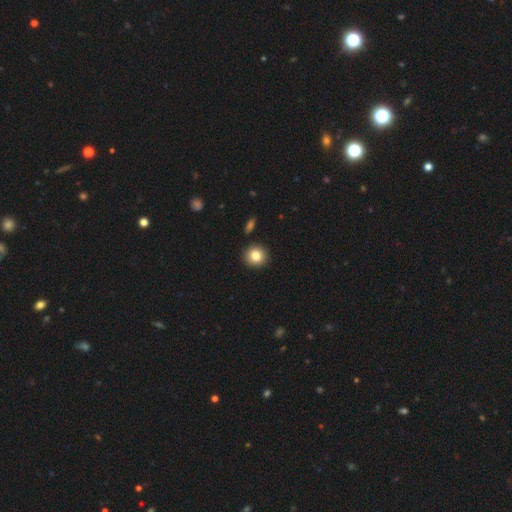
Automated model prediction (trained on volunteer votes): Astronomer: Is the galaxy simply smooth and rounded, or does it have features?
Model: smooth — 83%.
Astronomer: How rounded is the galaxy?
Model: round — 90%.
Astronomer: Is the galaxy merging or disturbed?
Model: none — 91%.